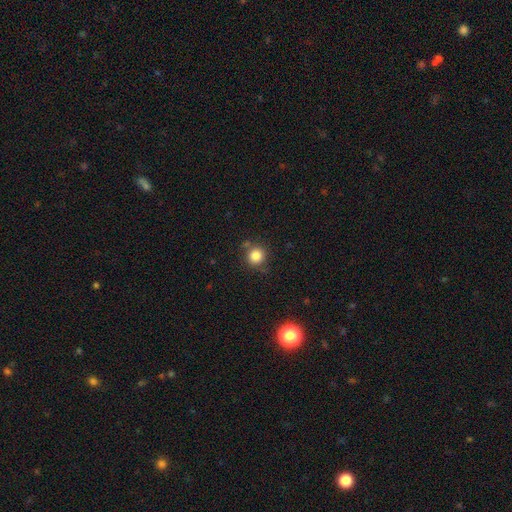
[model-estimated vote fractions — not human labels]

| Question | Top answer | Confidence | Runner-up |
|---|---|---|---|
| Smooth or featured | smooth | 83% | star or artifact (11%) |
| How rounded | round | 91% | in between (8%) |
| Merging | none | 77% | minor disturbance (13%) |